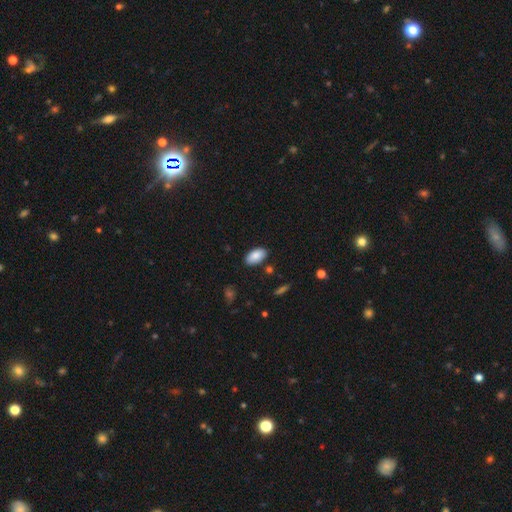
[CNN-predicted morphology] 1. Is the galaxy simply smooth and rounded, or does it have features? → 86% smooth, 7% featured or disk, 7% star or artifact.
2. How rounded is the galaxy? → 95% in between, 3% round, 2% cigar-shaped.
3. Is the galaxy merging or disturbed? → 85% none, 10% minor disturbance, 2% merger, 2% major disturbance.